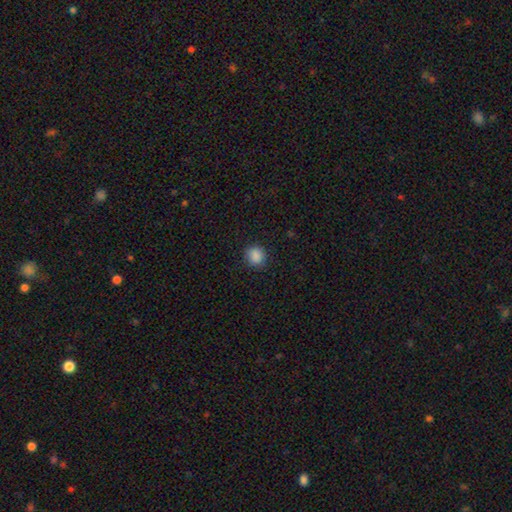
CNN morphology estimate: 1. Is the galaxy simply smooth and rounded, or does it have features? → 87% smooth, 10% star or artifact, 3% featured or disk.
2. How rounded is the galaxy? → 80% round, 19% in between, 1% cigar-shaped.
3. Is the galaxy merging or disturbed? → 86% none, 10% minor disturbance, 3% major disturbance, 1% merger.